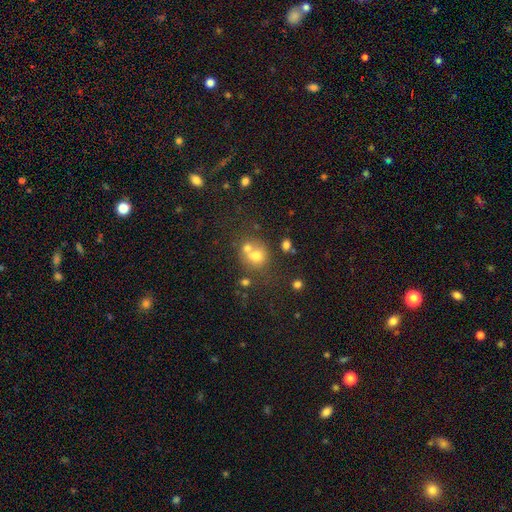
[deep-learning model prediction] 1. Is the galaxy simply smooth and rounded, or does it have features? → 64% smooth, 20% featured or disk, 16% star or artifact.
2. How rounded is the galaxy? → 74% round, 25% in between, 1% cigar-shaped.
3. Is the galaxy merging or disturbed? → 50% merger, 37% none, 9% minor disturbance, 4% major disturbance.